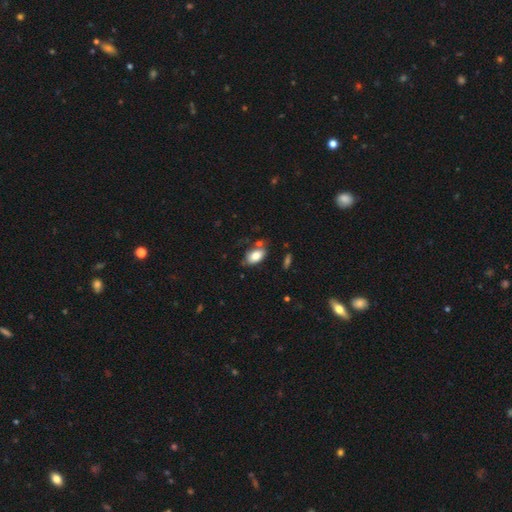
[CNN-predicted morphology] This is clearly a smooth galaxy (82%). How rounded: clearly in between (92%). Merging: likely none (66%).